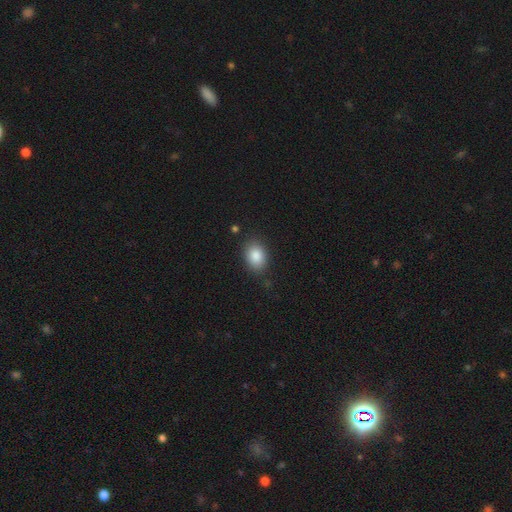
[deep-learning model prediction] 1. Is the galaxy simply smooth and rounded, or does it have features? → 87% smooth, 8% star or artifact, 5% featured or disk.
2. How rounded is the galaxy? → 75% in between, 23% round, 1% cigar-shaped.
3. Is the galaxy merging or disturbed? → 82% none, 12% minor disturbance, 3% major disturbance, 2% merger.